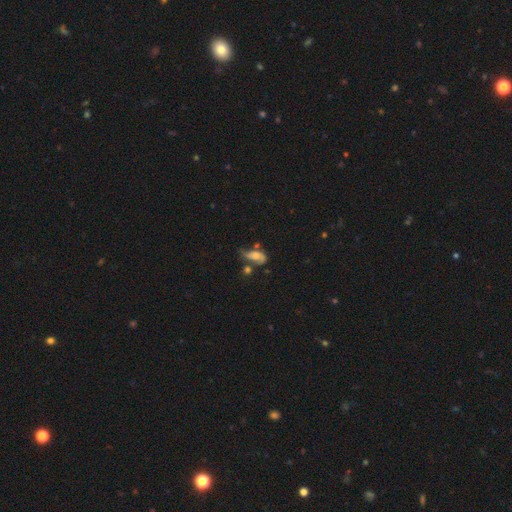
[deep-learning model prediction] smooth_or_featured: featured or disk (p=0.55) [alt: smooth p=0.35]
disk_edge_on: no (p=0.93) [alt: yes p=0.07]
bar: no (p=0.68) [alt: weak p=0.25]
has_spiral_arms: yes (p=0.78) [alt: no p=0.22]
bulge_size: moderate (p=0.48) [alt: small p=0.30]
merging: none (p=0.32) [alt: minor disturbance p=0.24]